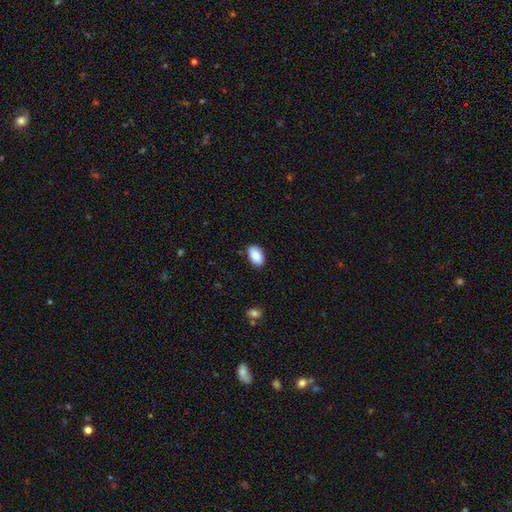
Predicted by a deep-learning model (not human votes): smooth 87%, star or artifact 7%, featured or disk 6%. Down the decision tree: how rounded — in between (93%); merging — none (86%).